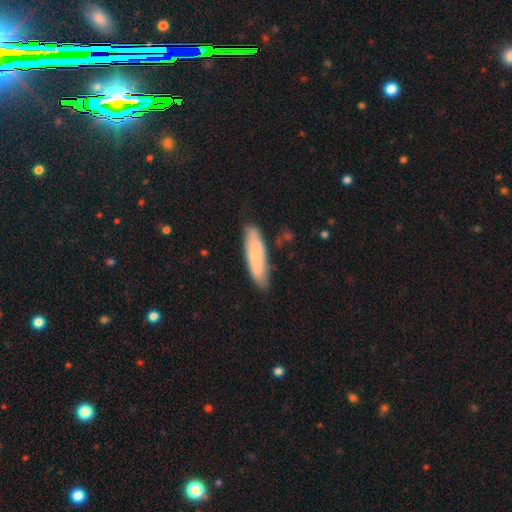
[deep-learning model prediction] Smooth or featured? smooth (69%)
How rounded? cigar-shaped (72%)
Merging? none (78%)